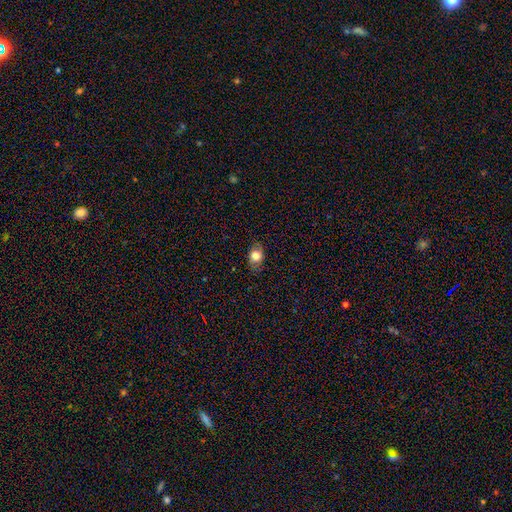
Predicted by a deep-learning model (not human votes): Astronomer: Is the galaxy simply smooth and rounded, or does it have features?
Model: smooth — 77%.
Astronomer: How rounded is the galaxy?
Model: in between — 67%.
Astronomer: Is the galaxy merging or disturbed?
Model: none — 78%.